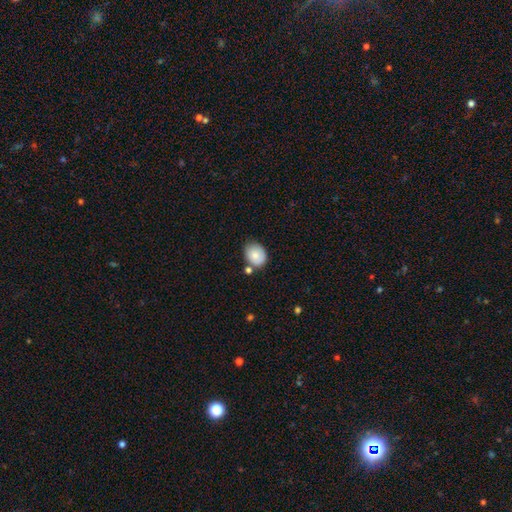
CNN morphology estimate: This appears to be a smooth galaxy with no disk features (80%) that is in between round and cigar-shaped (56%). Merging: none (64%).